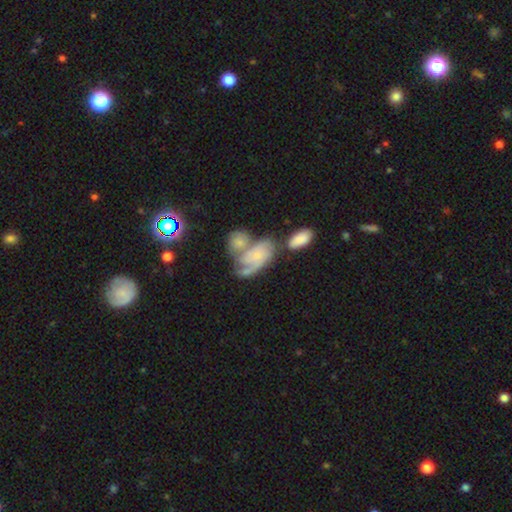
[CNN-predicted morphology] smooth-or-featured: featured or disk: 67% | smooth: 25% | star or artifact: 8%
  disk-edge-on: no: 96% | yes: 4%
    bar: no: 76% | weak: 20% | strong: 4%
    has-spiral-arms: yes: 87% | no: 13%
      spiral-winding: tight: 43% | medium: 38% | loose: 19%
      spiral-arm-count: 2: 31% | can't tell: 30% | 3: 18% | 1: 12% | 4: 5% | more than 4: 4%
    bulge-size: small: 70% | moderate: 18% | none: 8% | large: 2% | dominant: 1%
  merging: merger: 42% | none: 28% | minor disturbance: 16% | major disturbance: 14%